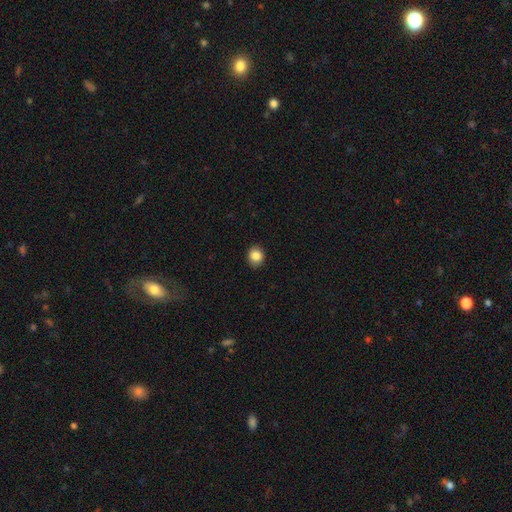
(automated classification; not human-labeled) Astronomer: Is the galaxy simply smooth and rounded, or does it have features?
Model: smooth — 86%.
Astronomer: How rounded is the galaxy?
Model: round — 66%.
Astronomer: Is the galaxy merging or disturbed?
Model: none — 89%.